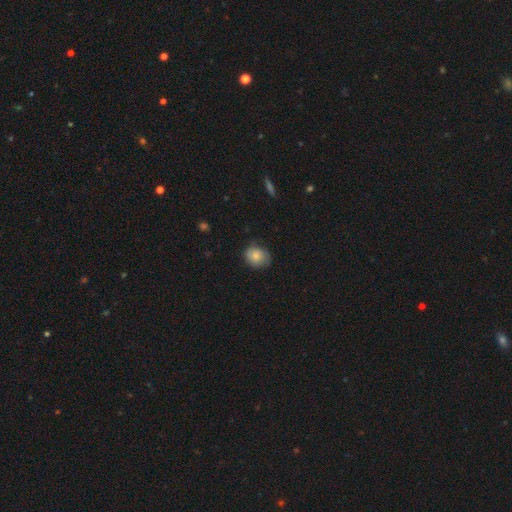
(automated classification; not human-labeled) Smooth or featured?
  - smooth: 80% *
  - featured or disk: 12%
  - star or artifact: 8%
How rounded?
  - round: 66% *
  - in between: 34%
  - cigar-shaped: 1%
Merging?
  - none: 70% *
  - minor disturbance: 24%
  - major disturbance: 5%
  - merger: 1%